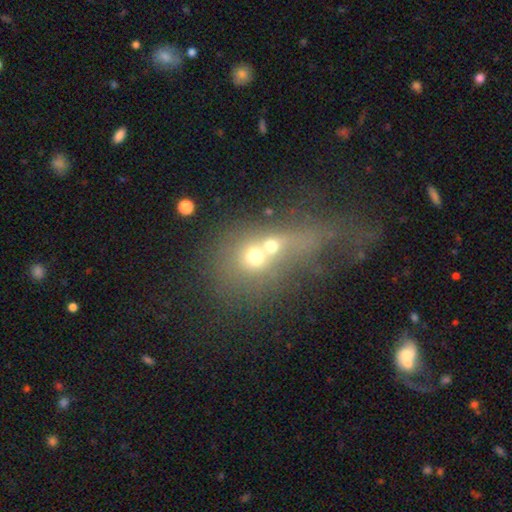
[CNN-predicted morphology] Smooth or featured? smooth (48%)
Merging? merger (64%)